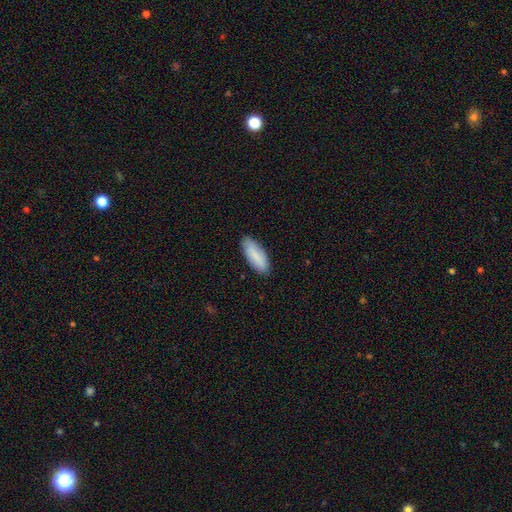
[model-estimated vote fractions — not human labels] smooth 84%, featured or disk 10%, star or artifact 6%. Down the decision tree: how rounded — in between (72%); merging — none (86%).